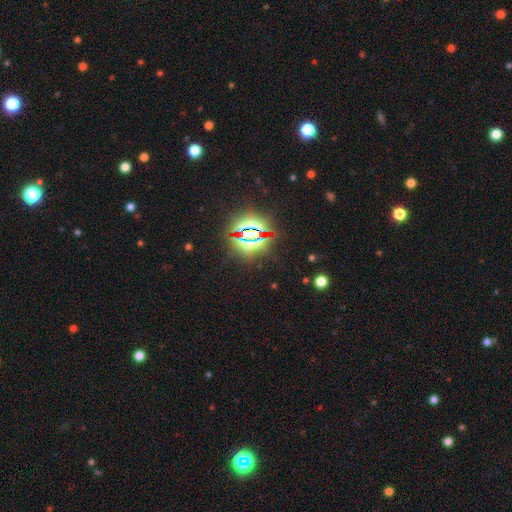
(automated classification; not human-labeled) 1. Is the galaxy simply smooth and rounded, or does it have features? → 85% star or artifact, 8% smooth, 7% featured or disk.